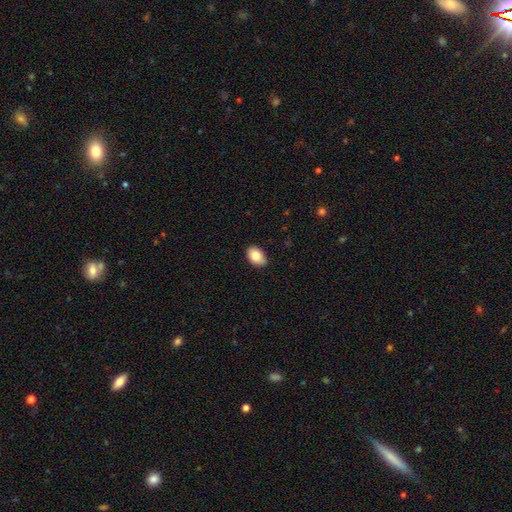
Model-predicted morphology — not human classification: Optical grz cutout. It shows a smooth galaxy with no disk features (84%) that is in between round and cigar-shaped (86%). Merging: none (85%).